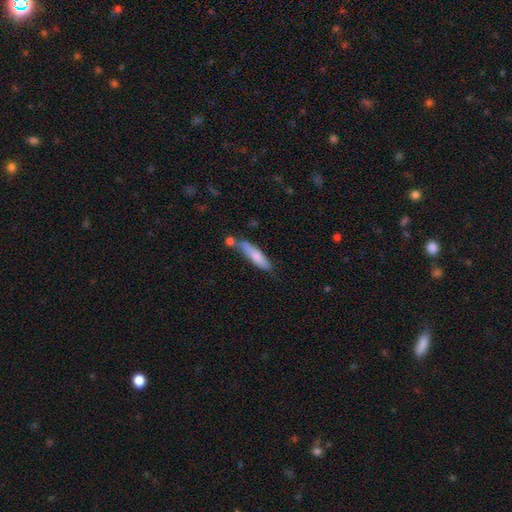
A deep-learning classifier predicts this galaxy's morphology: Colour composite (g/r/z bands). It shows a smooth galaxy with no disk features (71%) that is cigar-shaped (81%). Merging: none (60%).